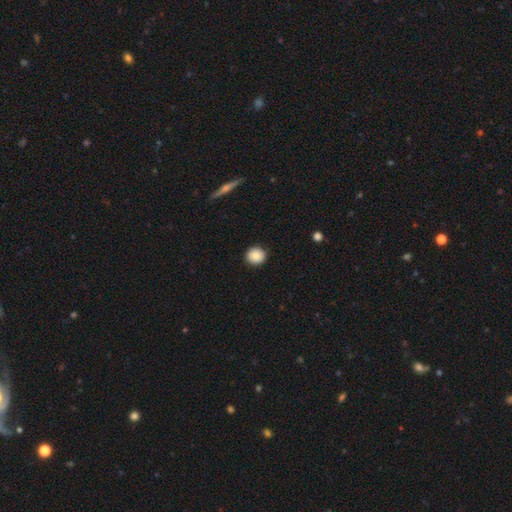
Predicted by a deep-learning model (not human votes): The model was most divided on "smooth or featured": smooth: 84%, star or artifact: 8%, featured or disk: 8%. More confident: merging — none (91%); how rounded — round (90%).